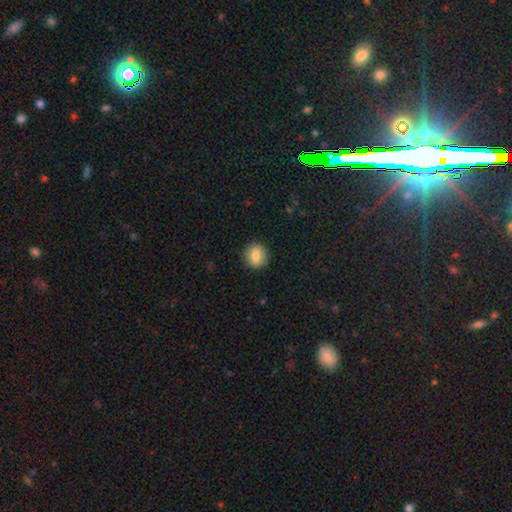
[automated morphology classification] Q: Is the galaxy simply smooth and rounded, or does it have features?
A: smooth — 78%.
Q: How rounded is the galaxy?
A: round — 84%.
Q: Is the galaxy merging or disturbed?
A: none — 89%.